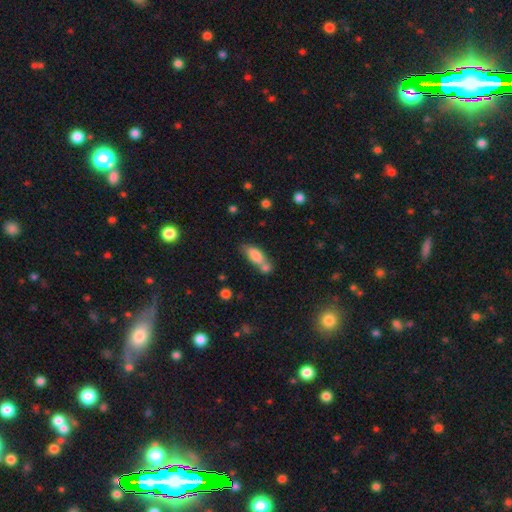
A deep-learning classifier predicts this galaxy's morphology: A smooth galaxy with no disk features (79%) that is in between round and cigar-shaped (78%). Merging: merger (46%).